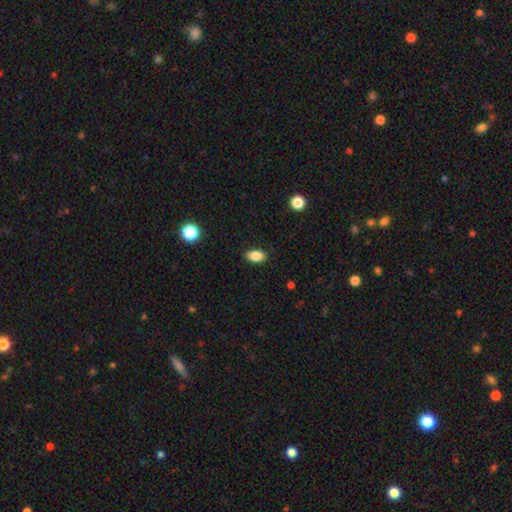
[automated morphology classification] type=smooth (85%); roundness=in between (90%); merging=none (88%).